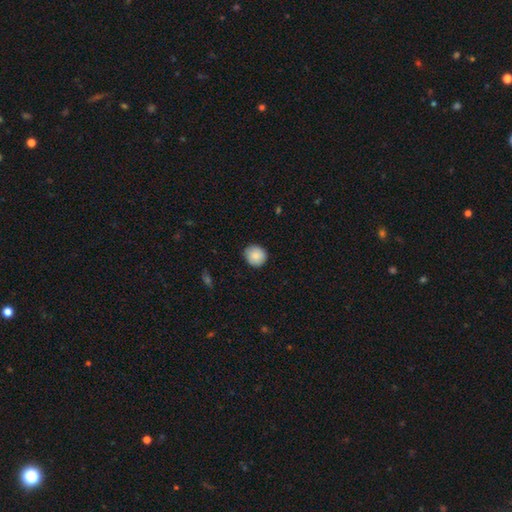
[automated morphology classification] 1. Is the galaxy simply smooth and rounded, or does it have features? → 85% smooth, 8% featured or disk, 7% star or artifact.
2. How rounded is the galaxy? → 88% round, 11% in between, 1% cigar-shaped.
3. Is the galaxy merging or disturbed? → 87% none, 10% minor disturbance, 2% major disturbance, 1% merger.